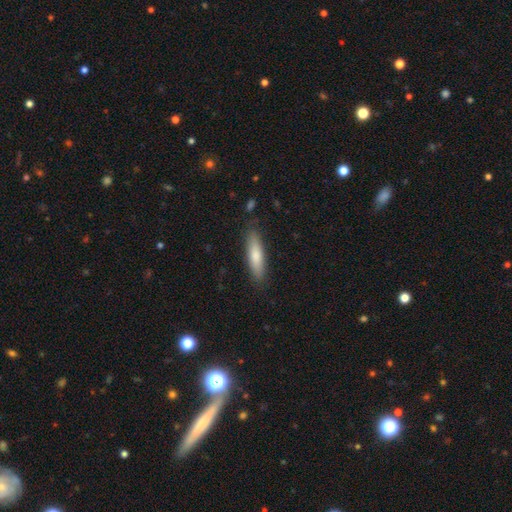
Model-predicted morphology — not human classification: A smooth galaxy with no disk features (78%) that is cigar-shaped (67%). Merging: none (85%).